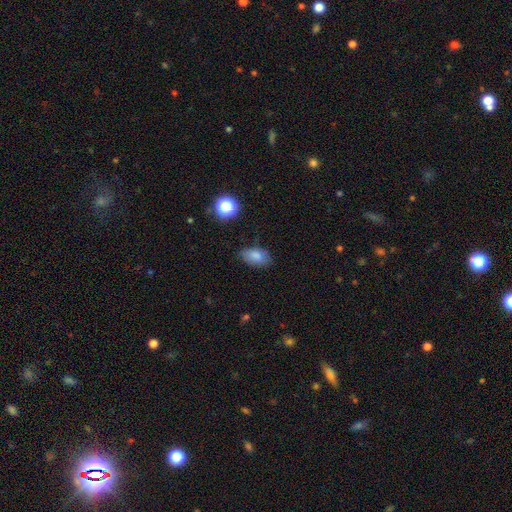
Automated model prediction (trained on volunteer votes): Smooth or featured: smooth — 81% (star or artifact — 10%)
How rounded: in between — 91% (round — 7%)
Merging: none — 77% (minor disturbance — 17%)